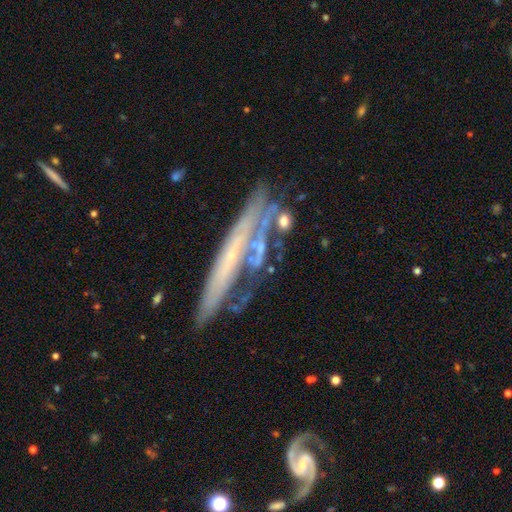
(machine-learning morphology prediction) Overall: featured or disk (64%; smooth 26%). Edge-on disk: no (51%; yes 49%). Merging: none (45%; minor disturbance 22%).